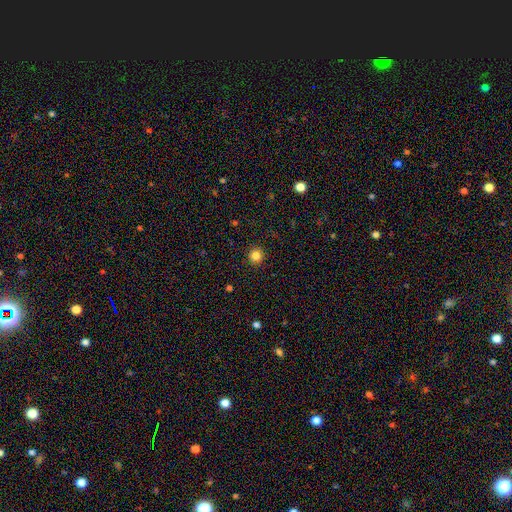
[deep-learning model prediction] smooth-or-featured: smooth: 83% | star or artifact: 12% | featured or disk: 5%
  how-rounded: round: 94% | in between: 5% | cigar-shaped: 1%
  merging: none: 92% | minor disturbance: 5% | major disturbance: 2% | merger: 1%